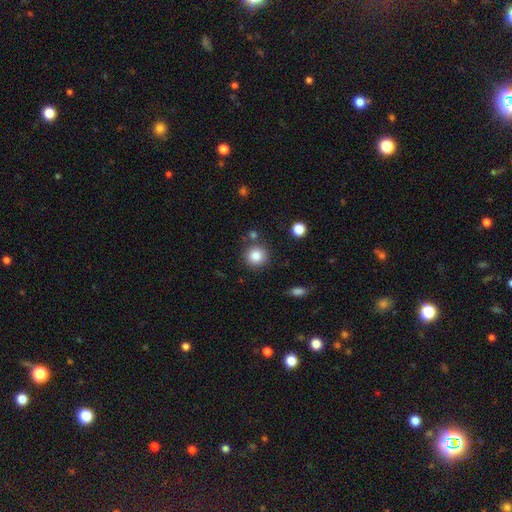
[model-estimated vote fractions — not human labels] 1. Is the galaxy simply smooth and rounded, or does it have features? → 85% smooth, 10% star or artifact, 5% featured or disk.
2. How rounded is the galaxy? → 92% round, 7% in between, 1% cigar-shaped.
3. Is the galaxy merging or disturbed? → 83% none, 8% minor disturbance, 6% merger, 3% major disturbance.